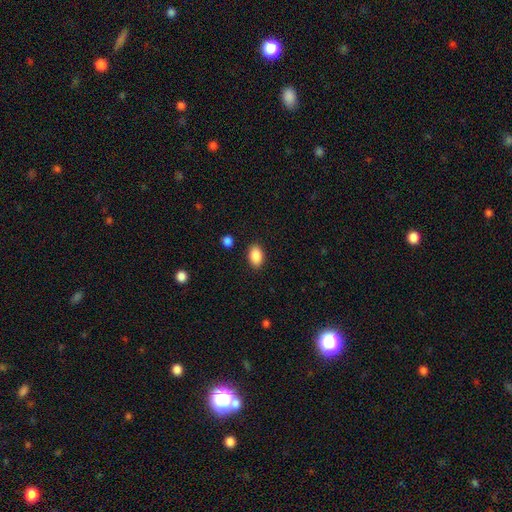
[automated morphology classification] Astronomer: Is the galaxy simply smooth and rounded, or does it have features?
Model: smooth — 88%.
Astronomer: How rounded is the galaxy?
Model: in between — 87%.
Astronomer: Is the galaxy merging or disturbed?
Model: none — 88%.